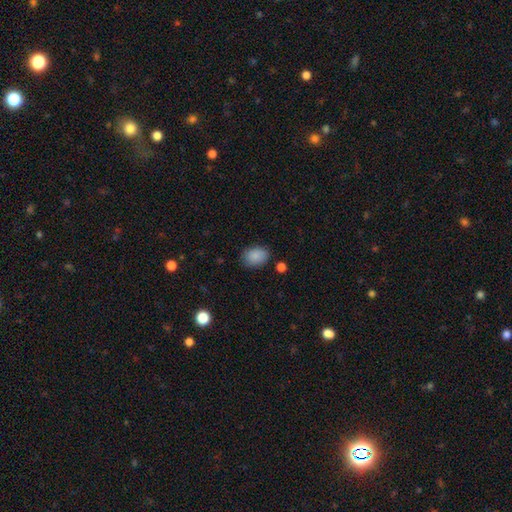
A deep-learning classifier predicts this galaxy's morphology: This appears to be a smooth galaxy with no disk features (88%) that is in between round and cigar-shaped (76%). Merging: none (80%).